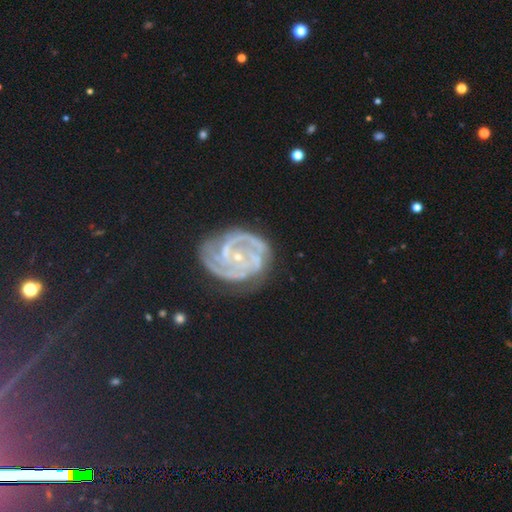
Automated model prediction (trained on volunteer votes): A featured or disk galaxy (90%) with no bar (61%), 3 (39%) tight (62%) spiral arms (97%) and a small central bulge (82%). Merging: none (62%).